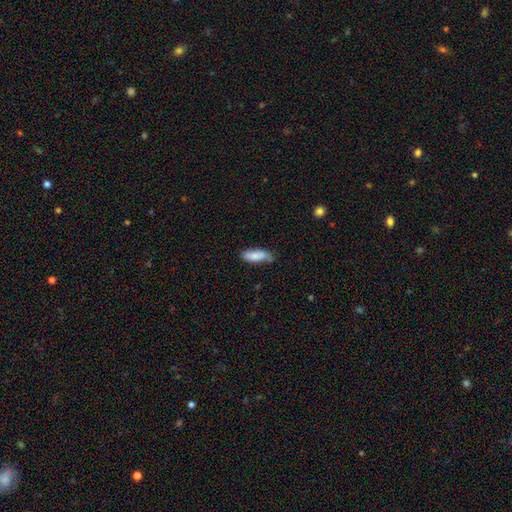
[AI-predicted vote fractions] The model was most divided on "merging": none: 62%, minor disturbance: 30%, major disturbance: 5%, merger: 3%. More confident: smooth or featured — smooth (78%); how rounded — in between (68%).